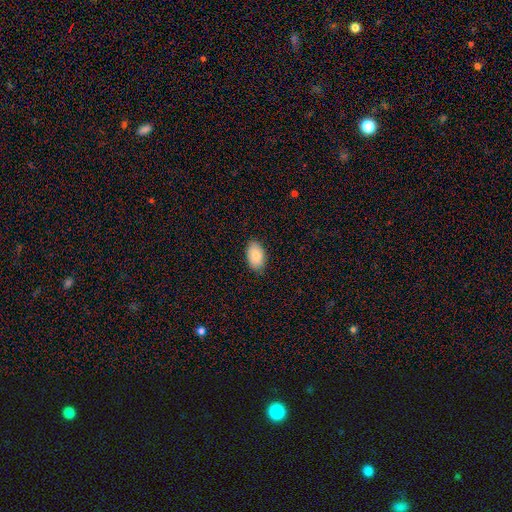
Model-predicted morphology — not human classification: This appears to be a smooth galaxy with no disk features (85%) that is in between round and cigar-shaped (94%). Merging: none (86%).